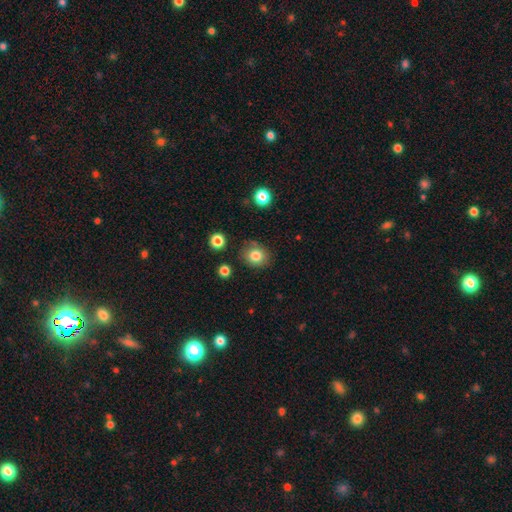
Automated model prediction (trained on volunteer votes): The model was most divided on "how rounded": round: 71%, in between: 28%, cigar-shaped: 1%. More confident: smooth or featured — smooth (82%); merging — none (80%).